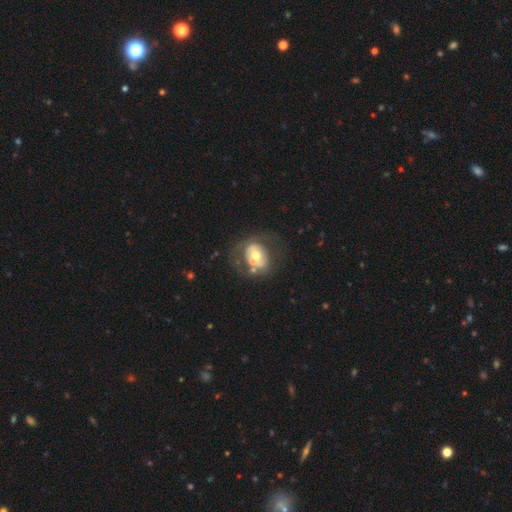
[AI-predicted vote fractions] Overall: featured or disk (55%; smooth 37%). Edge-on disk: no (96%). Bar: no (73%). Spiral arms: no (75%). Bulge size: moderate (66%). Merging: none (46%; minor disturbance 19%).